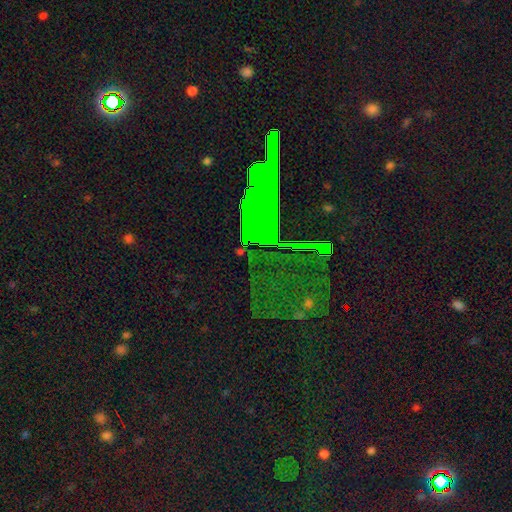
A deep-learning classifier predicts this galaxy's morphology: Smooth or featured: star or artifact — 69% (featured or disk — 17%)